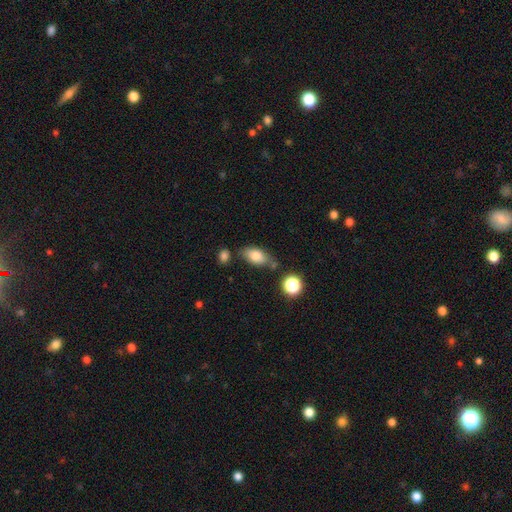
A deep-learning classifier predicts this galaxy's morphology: Smooth or featured?
  - smooth: 80% *
  - featured or disk: 12%
  - star or artifact: 8%
How rounded?
  - in between: 88% *
  - round: 7%
  - cigar-shaped: 5%
Merging?
  - none: 64% *
  - minor disturbance: 19%
  - merger: 11%
  - major disturbance: 5%